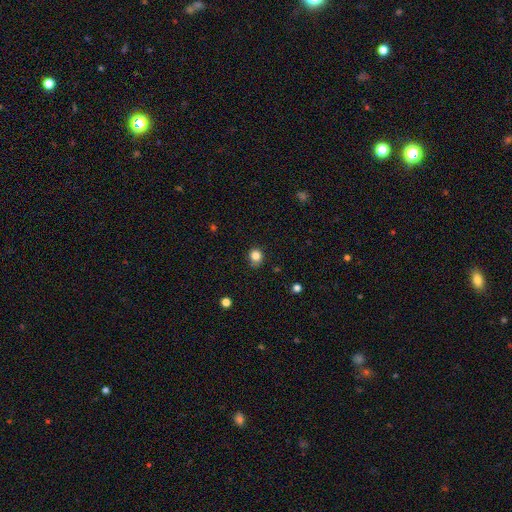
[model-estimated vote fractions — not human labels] This is clearly a smooth galaxy (83%). How rounded: likely round (79%). Merging: likely none (75%).